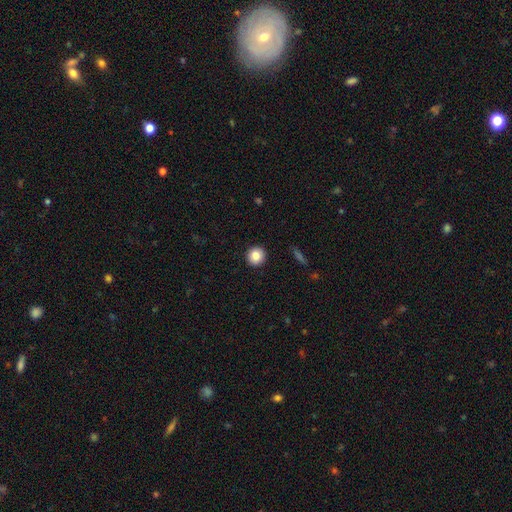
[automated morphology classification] The model was most divided on "smooth or featured": smooth: 84%, star or artifact: 9%, featured or disk: 7%. More confident: how rounded — round (94%); merging — none (93%).